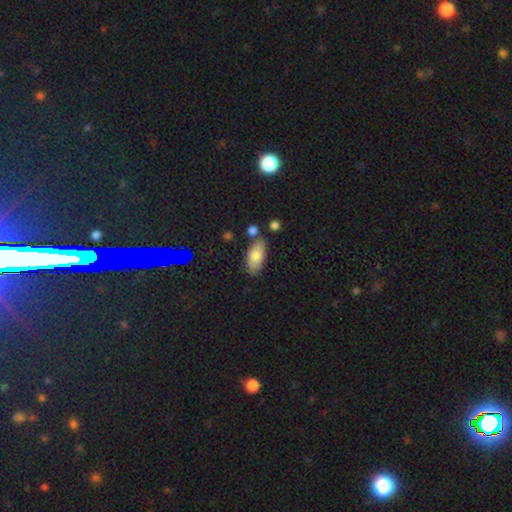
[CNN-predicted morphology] Smooth or featured? Predicted: smooth (p=0.81). How rounded? Predicted: in between (p=0.89). Merging? Predicted: none (p=0.71).